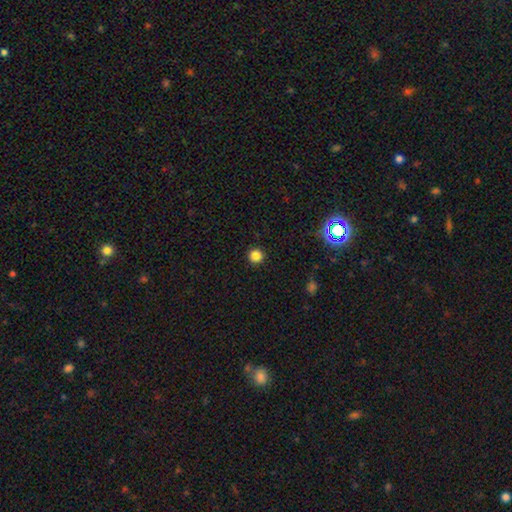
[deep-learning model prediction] Smooth or featured? smooth (84%)
How rounded? round (96%)
Merging? none (93%)